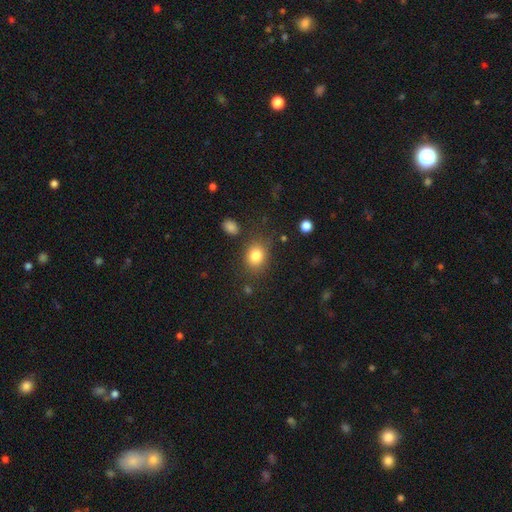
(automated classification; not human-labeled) smooth_or_featured: smooth (p=0.82) [alt: star or artifact p=0.10]
how_rounded: round (p=0.50) [alt: in between p=0.49]
merging: none (p=0.77) [alt: minor disturbance p=0.14]